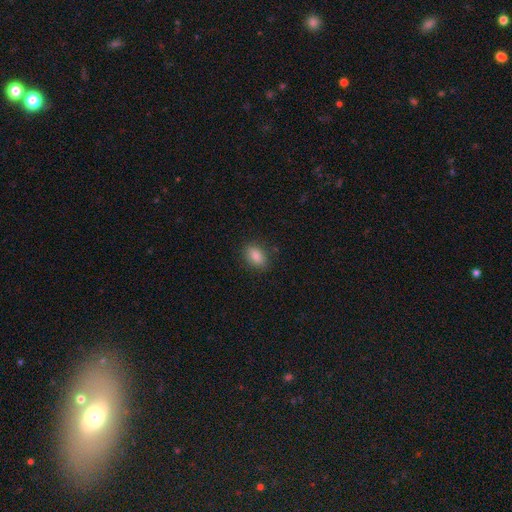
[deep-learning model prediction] Morphology: type=smooth (85%); roundness=in between (84%); merging=none (85%).